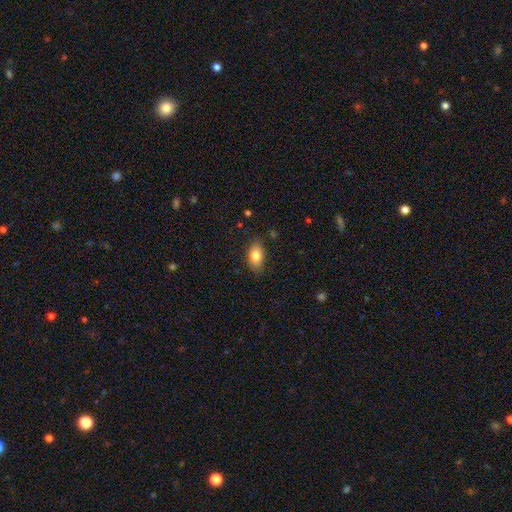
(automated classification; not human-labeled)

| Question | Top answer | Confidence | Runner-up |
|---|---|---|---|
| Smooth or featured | smooth | 81% | featured or disk (11%) |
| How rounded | in between | 89% | round (7%) |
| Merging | none | 83% | minor disturbance (13%) |